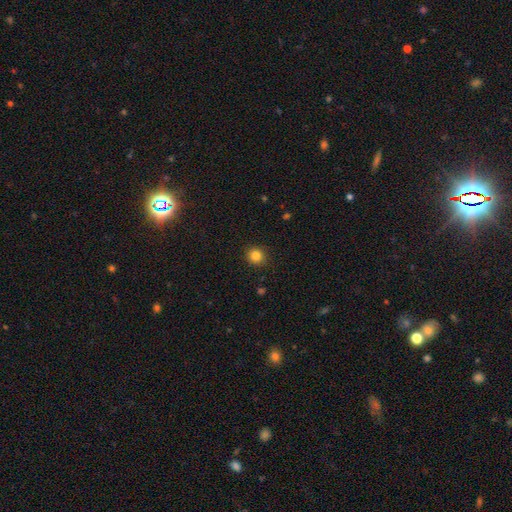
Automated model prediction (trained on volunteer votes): Smooth or featured? Predicted: smooth (p=0.84). How rounded? Predicted: round (p=0.90). Merging? Predicted: none (p=0.91).